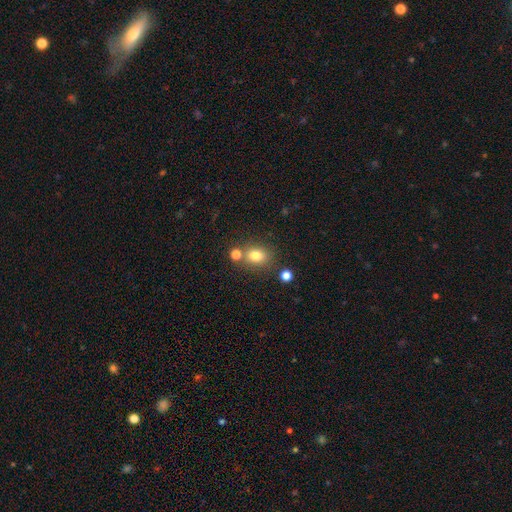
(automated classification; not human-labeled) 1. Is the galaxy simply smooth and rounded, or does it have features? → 78% smooth, 13% star or artifact, 9% featured or disk.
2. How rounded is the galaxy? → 52% round, 47% in between, 1% cigar-shaped.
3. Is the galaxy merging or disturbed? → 67% none, 17% merger, 11% minor disturbance, 4% major disturbance.